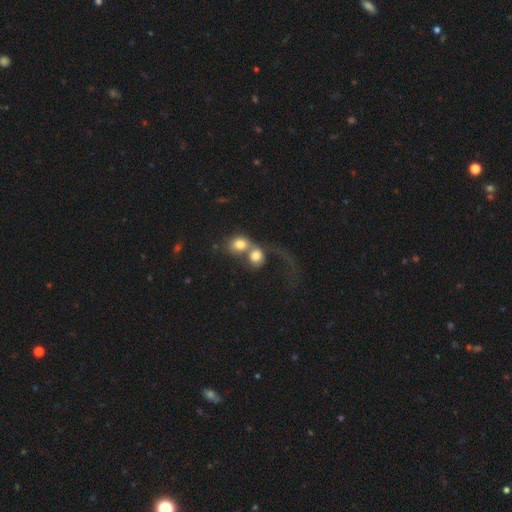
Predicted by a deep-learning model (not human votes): Smooth or featured? smooth (67%)
How rounded? round (67%)
Merging? merger (71%)